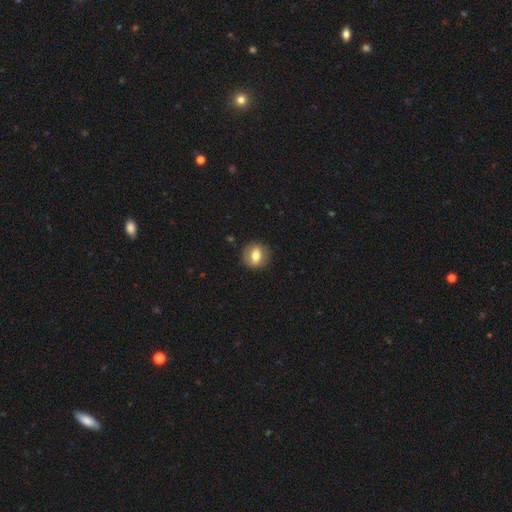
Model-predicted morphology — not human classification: smooth 61%, featured or disk 30%, star or artifact 9%. Down the decision tree: how rounded — round (71%); merging — none (87%).